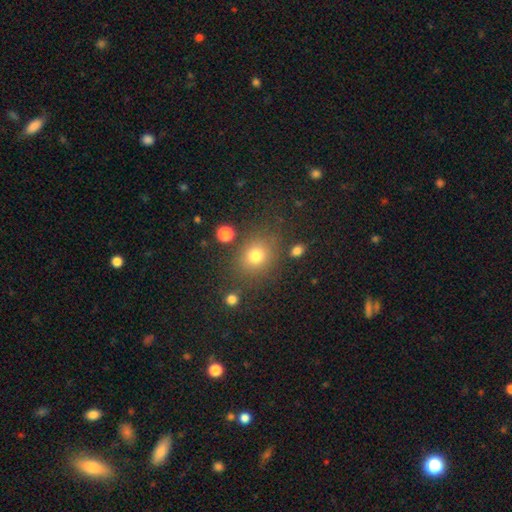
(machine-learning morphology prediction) type=smooth (77%); roundness=round (69%); merging=none (77%).